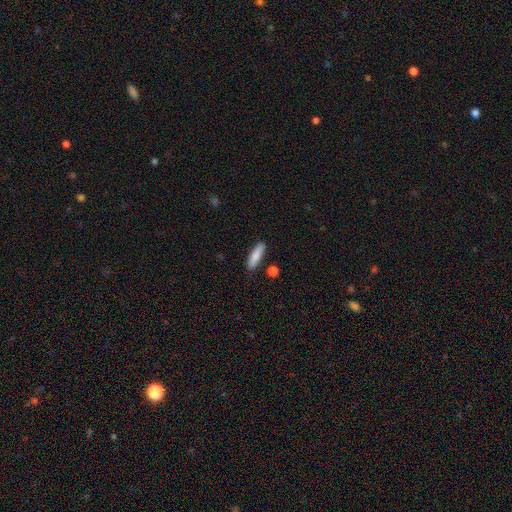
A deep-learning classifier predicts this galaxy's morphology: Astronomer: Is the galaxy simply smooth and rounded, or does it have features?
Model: smooth — 82%.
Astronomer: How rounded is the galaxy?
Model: cigar-shaped — 68%.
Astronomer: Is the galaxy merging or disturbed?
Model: none — 86%.